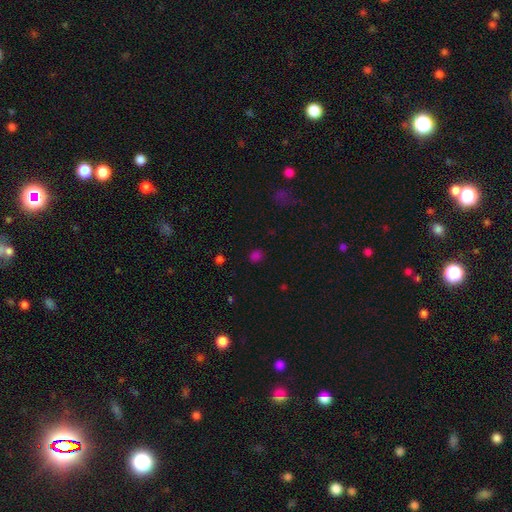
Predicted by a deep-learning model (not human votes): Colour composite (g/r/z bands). It shows a smooth galaxy with no disk features (71%) that is round (71%). Merging: none (85%).